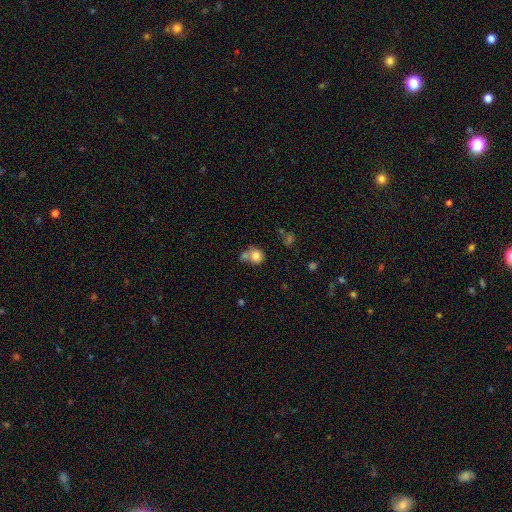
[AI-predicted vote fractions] Smooth or featured? Predicted: smooth (p=0.79). How rounded? Predicted: round (p=0.80). Merging? Predicted: none (p=0.42).